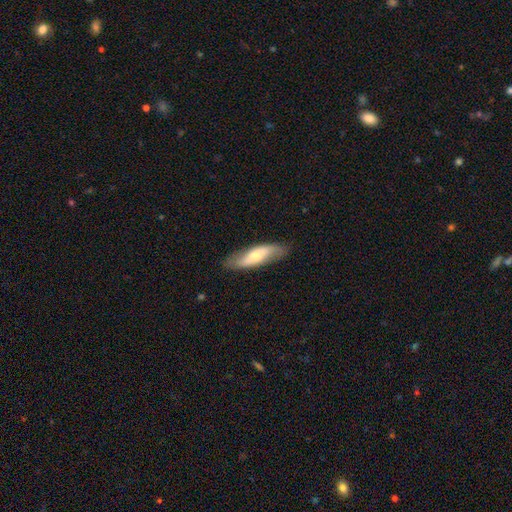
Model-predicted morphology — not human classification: This is possibly a smooth galaxy (48%). Merging: clearly none (81%).